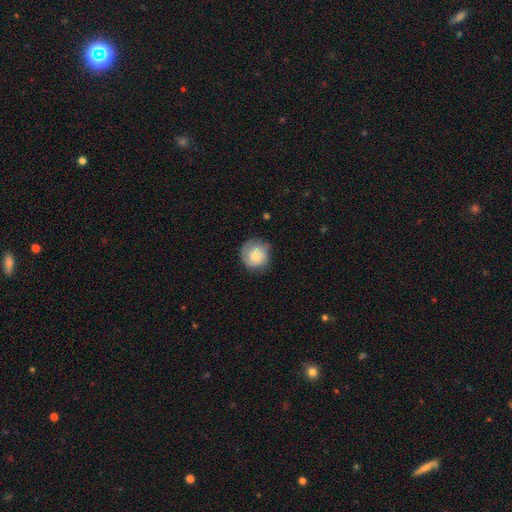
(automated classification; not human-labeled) smooth-or-featured: smooth: 59% | featured or disk: 34% | star or artifact: 7%
  how-rounded: round: 89% | in between: 10% | cigar-shaped: 1%
  merging: none: 70% | minor disturbance: 22% | major disturbance: 7% | merger: 1%